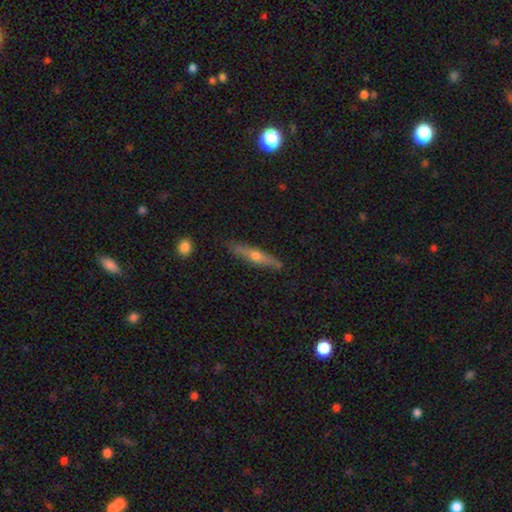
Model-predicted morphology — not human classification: Smooth or featured? featured or disk (60%)
Edge-on disk? yes (93%)
Edge-on bulge? rounded (89%)
Merging? none (87%)